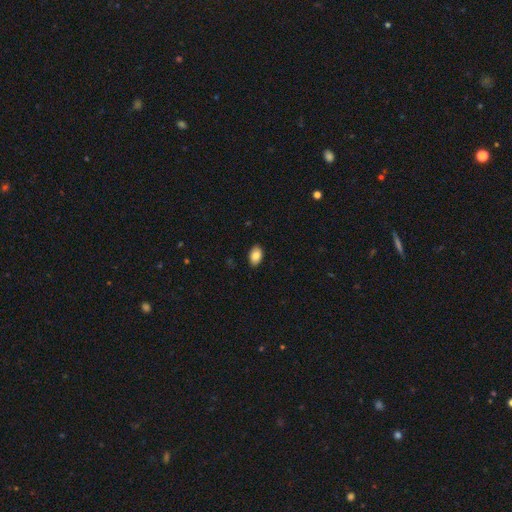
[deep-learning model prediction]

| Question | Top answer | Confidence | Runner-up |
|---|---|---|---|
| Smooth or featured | smooth | 84% | featured or disk (8%) |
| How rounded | in between | 90% | round (9%) |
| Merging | none | 88% | minor disturbance (9%) |